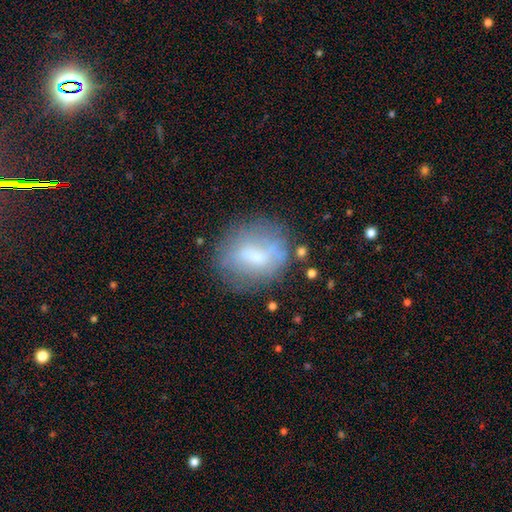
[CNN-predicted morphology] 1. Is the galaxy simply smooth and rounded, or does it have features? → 48% smooth, 41% featured or disk, 11% star or artifact.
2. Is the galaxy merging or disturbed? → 65% none, 20% minor disturbance, 10% major disturbance, 5% merger.